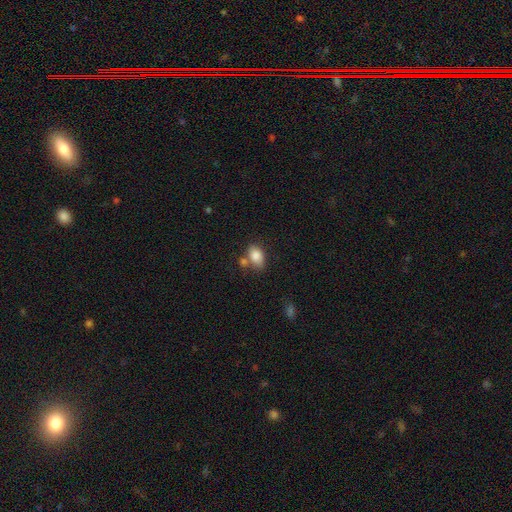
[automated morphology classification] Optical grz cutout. It shows a smooth galaxy with no disk features (84%) that is in between round and cigar-shaped (85%). Merging: none (57%).